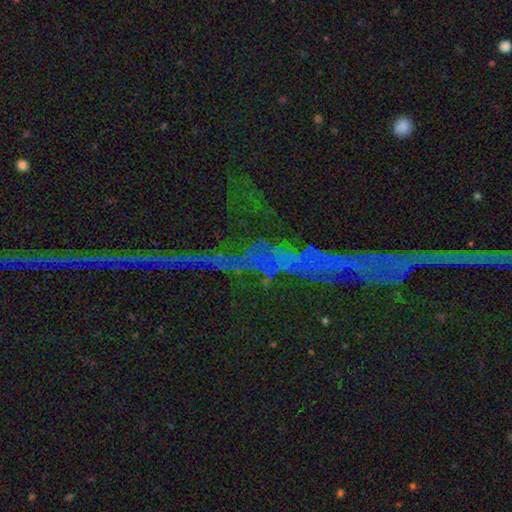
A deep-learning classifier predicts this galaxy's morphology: Overall: star or artifact (77%).